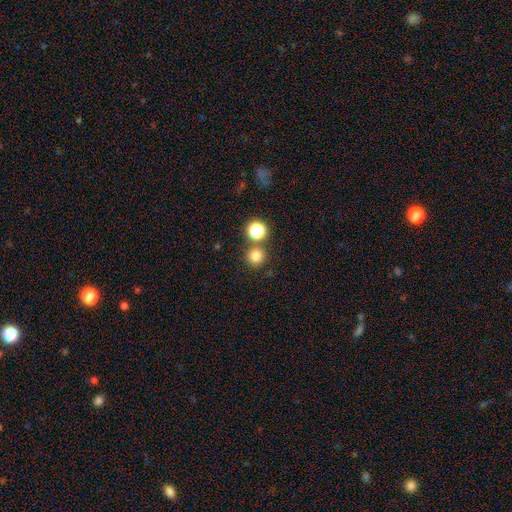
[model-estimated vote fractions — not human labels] This is likely a smooth galaxy (79%). How rounded: clearly round (94%). Merging: likely none (77%).